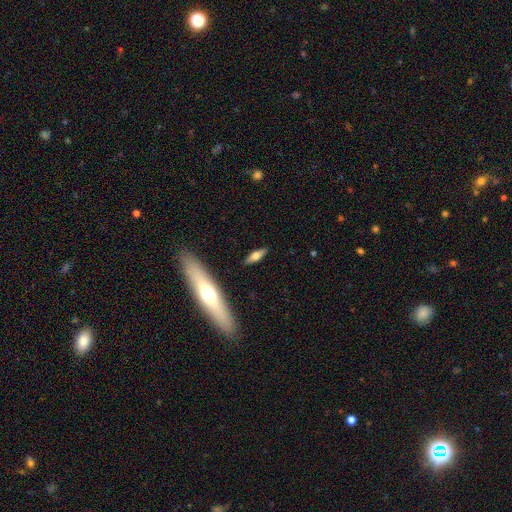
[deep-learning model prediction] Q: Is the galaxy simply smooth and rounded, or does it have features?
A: smooth — 54%.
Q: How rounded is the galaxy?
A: cigar-shaped — 51%.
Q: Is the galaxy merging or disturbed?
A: none — 86%.